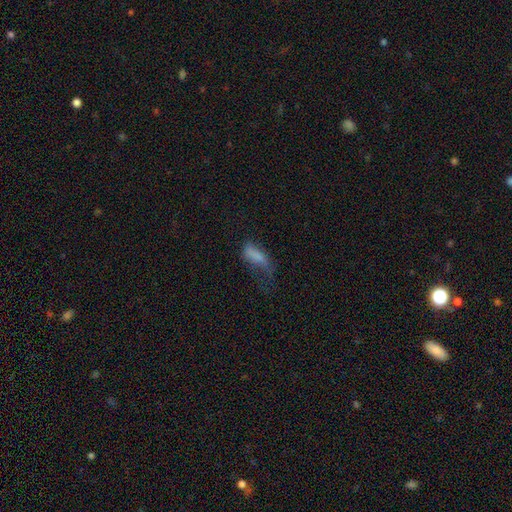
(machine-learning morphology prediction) Q: Smooth or featured?
A: smooth (70%); runner-up: featured or disk (18%)
Q: How rounded?
A: in between (73%); runner-up: cigar-shaped (24%)
Q: Merging?
A: major disturbance (51%); runner-up: minor disturbance (25%)